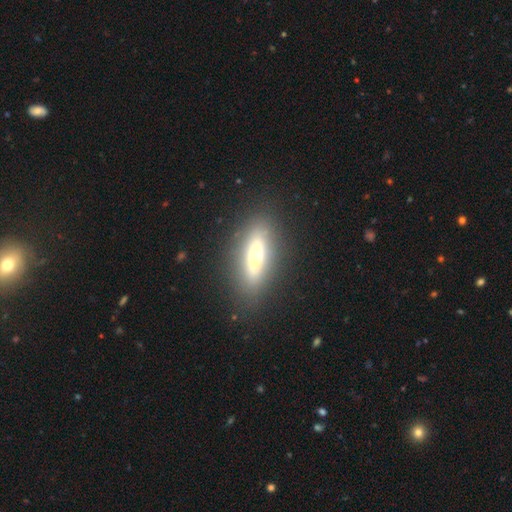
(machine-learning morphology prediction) type=smooth (50%); roundness=in between (54%); merging=none (84%).